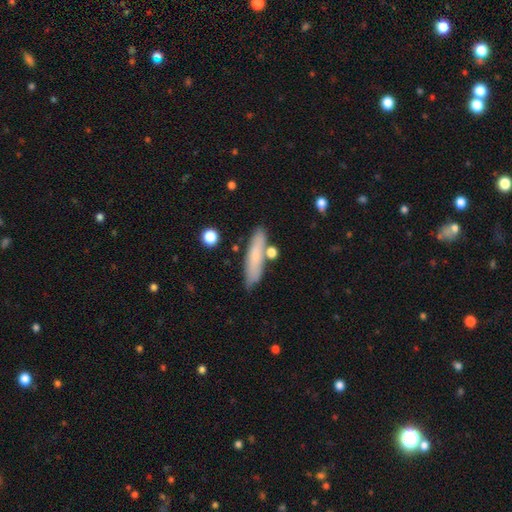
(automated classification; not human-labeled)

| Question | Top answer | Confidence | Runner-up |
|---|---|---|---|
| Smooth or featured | smooth | 72% | featured or disk (21%) |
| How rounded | cigar-shaped | 79% | in between (19%) |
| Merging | none | 77% | minor disturbance (13%) |